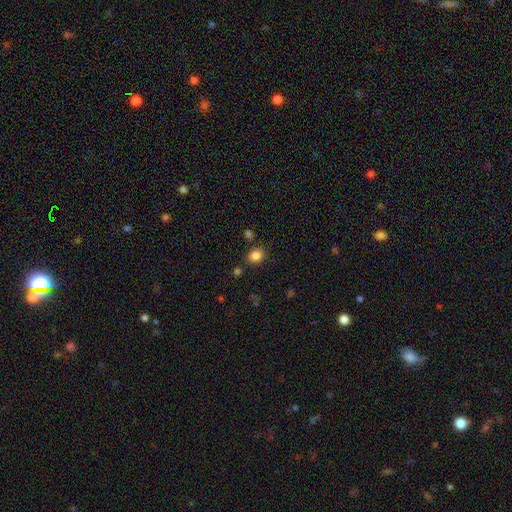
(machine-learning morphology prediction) Smooth or featured? Predicted: smooth (p=0.84). How rounded? Predicted: in between (p=0.52). Merging? Predicted: none (p=0.82).